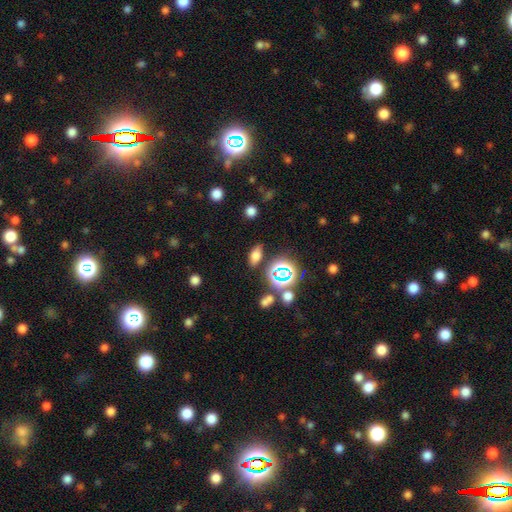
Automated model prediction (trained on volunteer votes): A smooth galaxy with no disk features (64%) that is in between round and cigar-shaped (80%). Merging: none (81%).